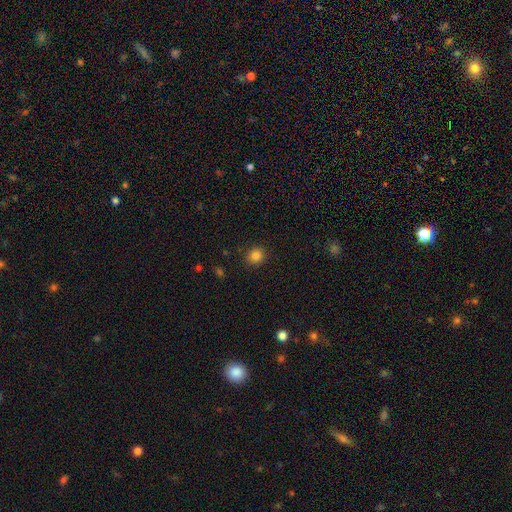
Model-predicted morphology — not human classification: The model was most divided on "how rounded": round: 84%, in between: 15%, cigar-shaped: 1%. More confident: merging — none (89%); smooth or featured — smooth (83%).